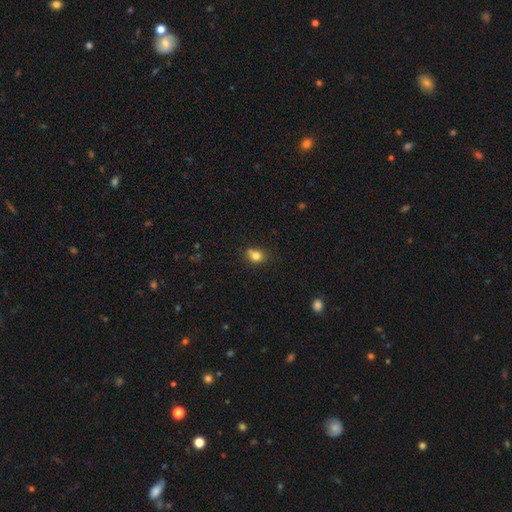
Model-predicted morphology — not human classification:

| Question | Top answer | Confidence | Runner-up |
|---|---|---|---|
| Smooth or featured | smooth | 79% | star or artifact (12%) |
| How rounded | round | 67% | in between (32%) |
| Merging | none | 58% | merger (22%) |